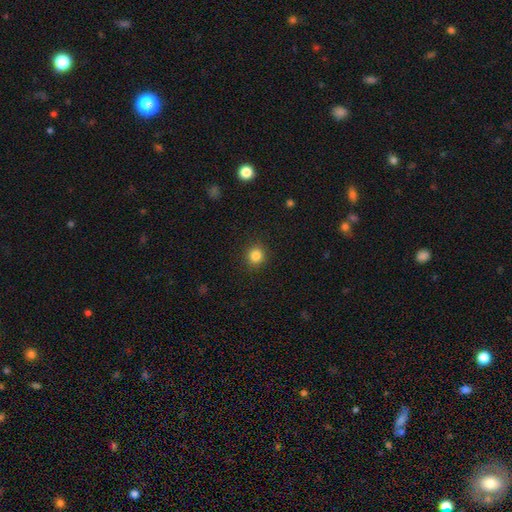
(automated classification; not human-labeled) Morphology: type=smooth (84%); roundness=round (90%); merging=none (92%).